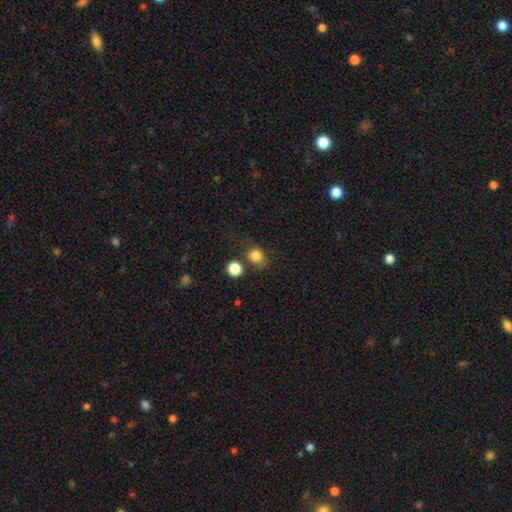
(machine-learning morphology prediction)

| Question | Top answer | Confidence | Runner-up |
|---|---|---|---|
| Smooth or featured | smooth | 82% | star or artifact (12%) |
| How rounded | round | 74% | in between (25%) |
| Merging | none | 62% | minor disturbance (17%) |